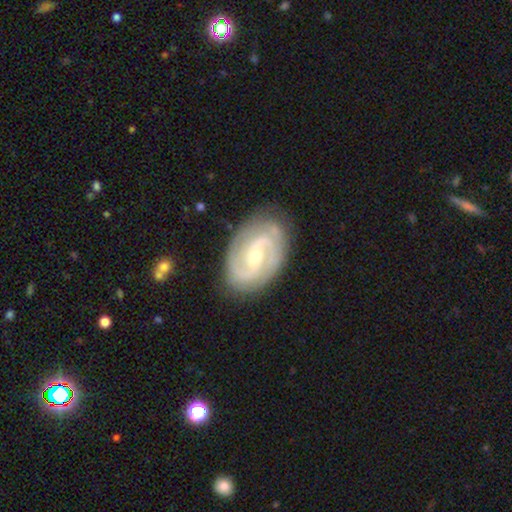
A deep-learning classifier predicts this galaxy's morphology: The model was most divided on "spiral winding": medium: 48%, tight: 37%, loose: 15%. Remaining: edge-on disk — no (97%); spiral arms — yes (96%); smooth or featured — featured or disk (89%); spiral arm count — 2 (82%); merging — none (80%); bulge size — small (56%); bar — weak (47%).